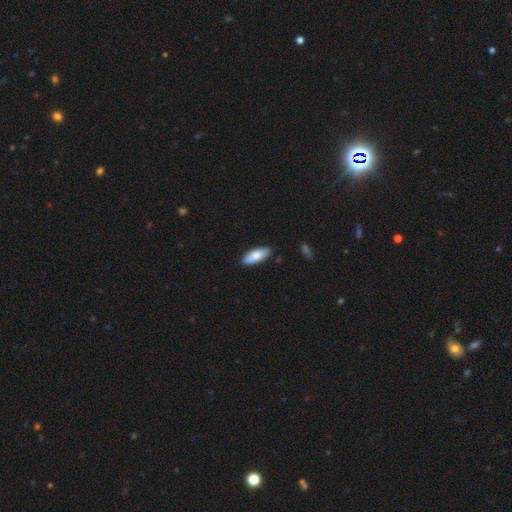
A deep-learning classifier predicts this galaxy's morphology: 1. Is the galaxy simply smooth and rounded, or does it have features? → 78% smooth, 16% featured or disk, 6% star or artifact.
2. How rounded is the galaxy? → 74% in between, 24% cigar-shaped, 2% round.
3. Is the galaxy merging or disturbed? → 88% none, 9% minor disturbance, 2% major disturbance, 1% merger.